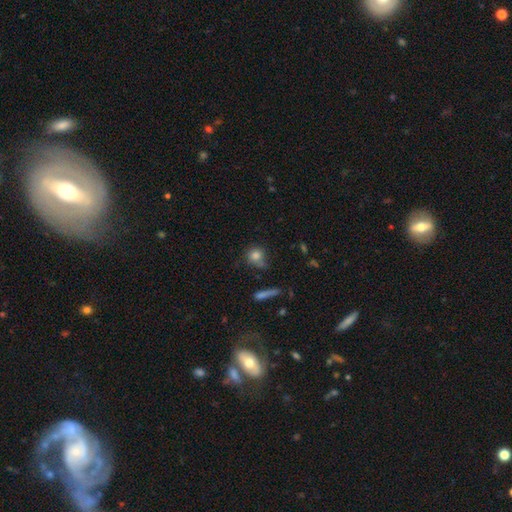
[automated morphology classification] Overall: smooth (80%). How rounded: round (82%). Merging: none (63%).